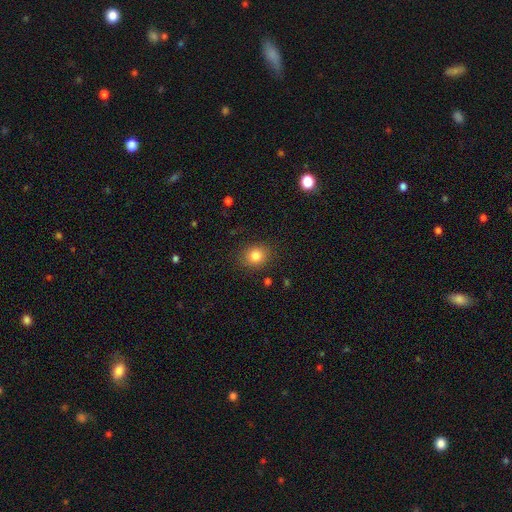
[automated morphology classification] type=smooth (82%); roundness=round (70%); merging=none (87%).